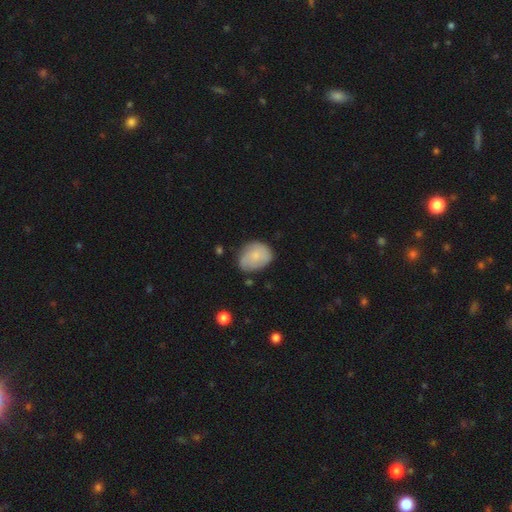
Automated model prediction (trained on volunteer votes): Smooth or featured? smooth (65%)
How rounded? in between (59%)
Merging? none (62%)